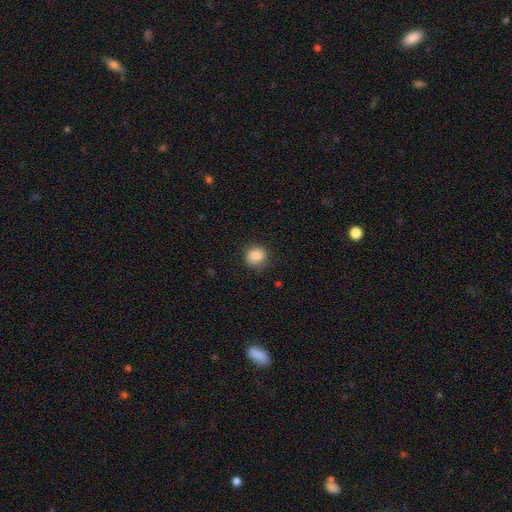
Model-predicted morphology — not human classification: A smooth galaxy with no disk features (87%) that is round (80%). Merging: none (80%).